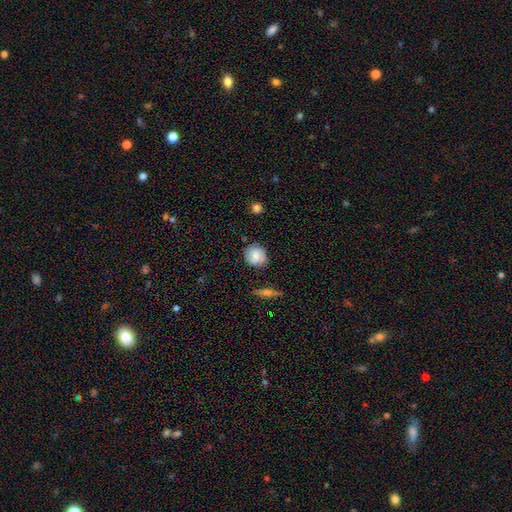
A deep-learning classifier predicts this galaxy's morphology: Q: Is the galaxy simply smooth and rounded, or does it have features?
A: smooth — 59%.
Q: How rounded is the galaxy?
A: round — 79%.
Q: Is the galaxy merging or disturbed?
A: none — 74%.